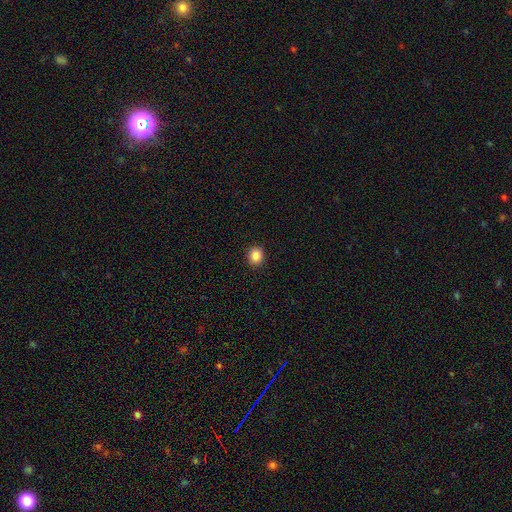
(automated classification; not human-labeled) Smooth or featured: smooth — 86% (star or artifact — 10%)
How rounded: round — 80% (in between — 19%)
Merging: none — 92% (minor disturbance — 5%)